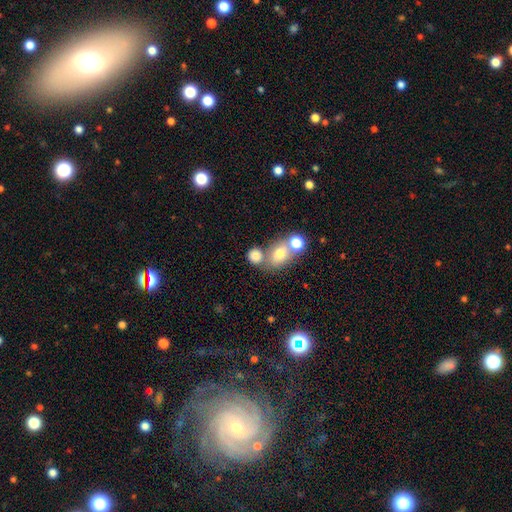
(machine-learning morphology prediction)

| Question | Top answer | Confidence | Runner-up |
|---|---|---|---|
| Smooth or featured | smooth | 75% | star or artifact (13%) |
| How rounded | round | 60% | in between (38%) |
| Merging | none | 47% | merger (36%) |